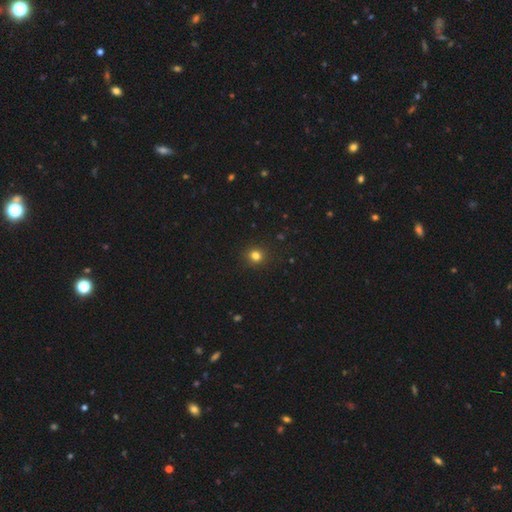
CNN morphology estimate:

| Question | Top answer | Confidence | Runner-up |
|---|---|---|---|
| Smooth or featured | smooth | 80% | star or artifact (15%) |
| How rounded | round | 90% | in between (9%) |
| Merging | none | 92% | minor disturbance (6%) |